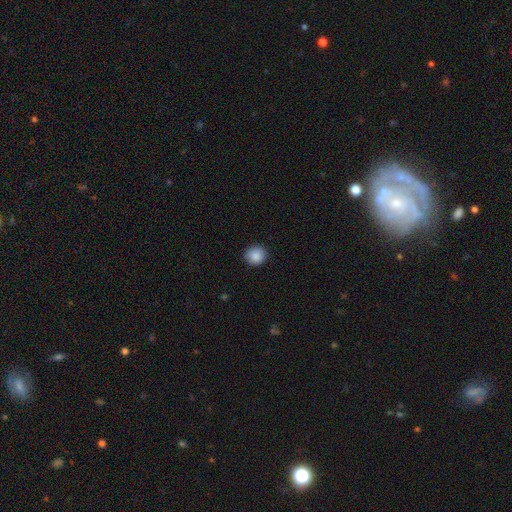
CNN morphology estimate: A smooth galaxy with no disk features (88%) that is round (90%). Merging: none (89%).